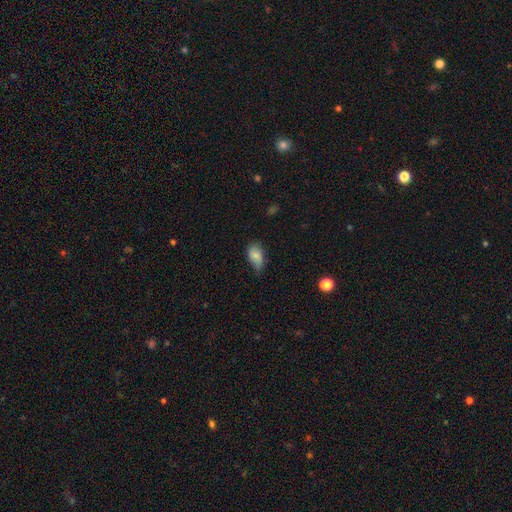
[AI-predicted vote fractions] Morphology: type=smooth (81%); roundness=in between (89%); merging=none (45%).